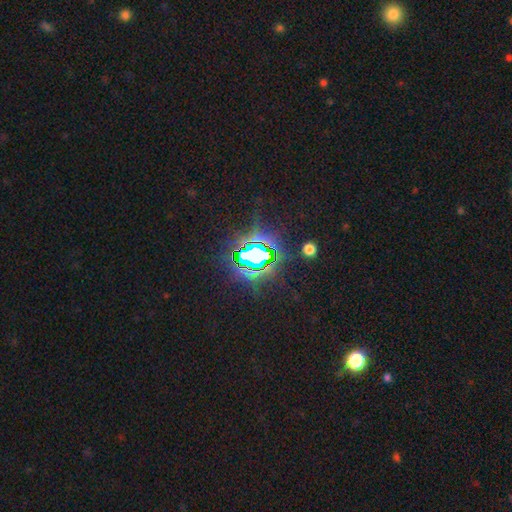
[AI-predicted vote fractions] This is likely a star or artifact rather than a galaxy (78%).